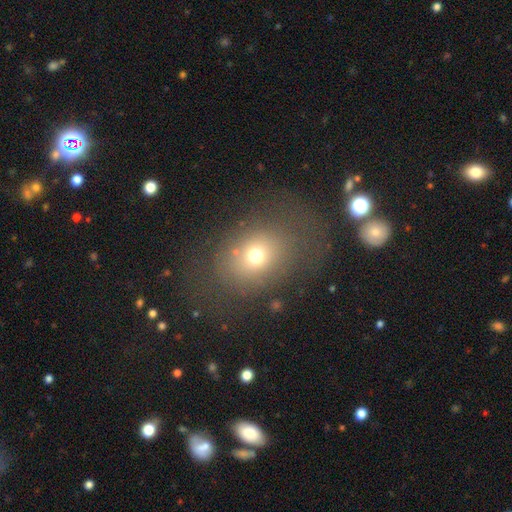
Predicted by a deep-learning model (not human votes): A smooth galaxy with no disk features (69%) that is round (53%). Merging: none (67%).